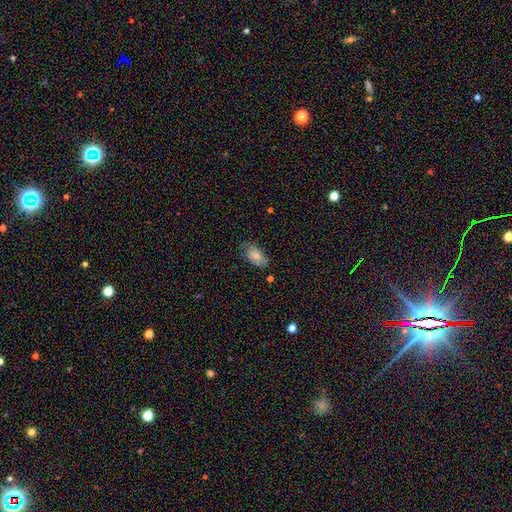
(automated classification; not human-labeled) smooth-or-featured: smooth: 68% | featured or disk: 24% | star or artifact: 8%
  how-rounded: in between: 91% | round: 6% | cigar-shaped: 3%
  merging: none: 60% | minor disturbance: 28% | major disturbance: 9% | merger: 2%